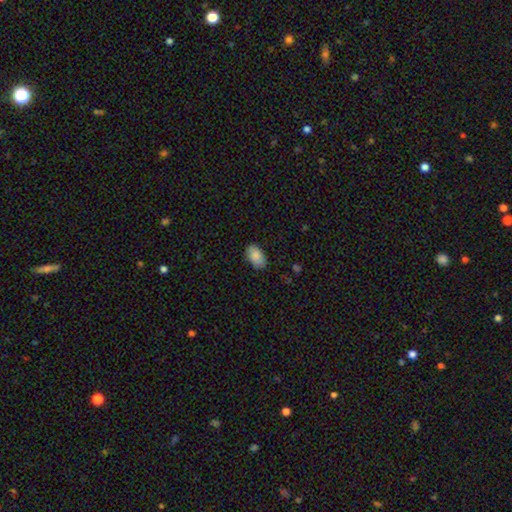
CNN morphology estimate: Smooth or featured: smooth — 89% (star or artifact — 7%)
How rounded: in between — 94% (round — 5%)
Merging: none — 85% (minor disturbance — 11%)